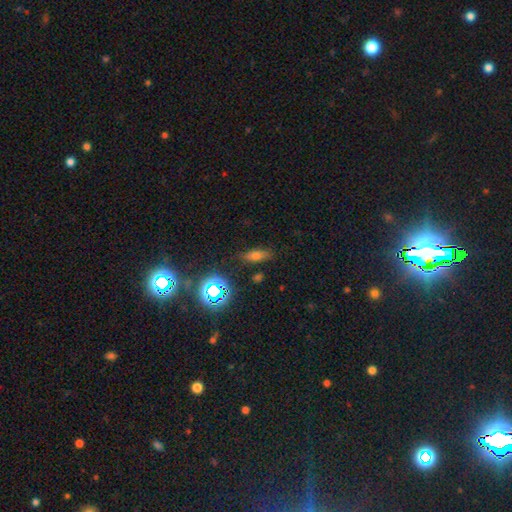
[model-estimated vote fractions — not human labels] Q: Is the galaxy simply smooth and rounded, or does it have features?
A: smooth — 62%.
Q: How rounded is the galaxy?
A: in between — 59%.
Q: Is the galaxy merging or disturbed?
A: none — 80%.